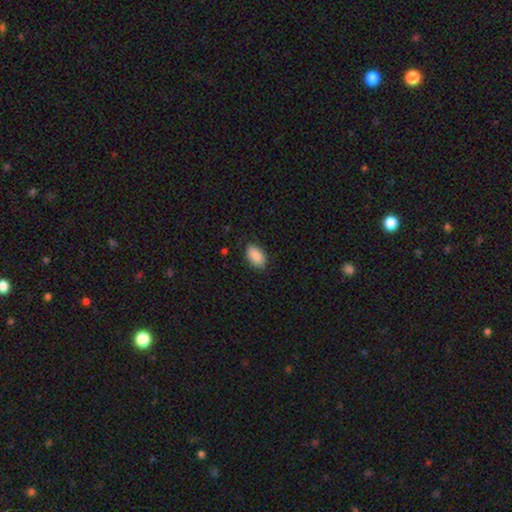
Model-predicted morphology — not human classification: Smooth or featured?
  - smooth: 89% *
  - star or artifact: 7%
  - featured or disk: 4%
How rounded?
  - in between: 93% *
  - round: 5%
  - cigar-shaped: 3%
Merging?
  - none: 84% *
  - minor disturbance: 12%
  - major disturbance: 2%
  - merger: 1%